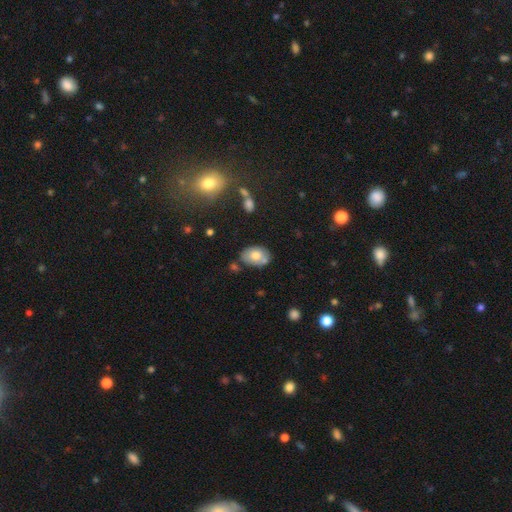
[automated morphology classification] Smooth or featured?
  - smooth: 72% *
  - featured or disk: 20%
  - star or artifact: 8%
How rounded?
  - in between: 81% *
  - round: 18%
  - cigar-shaped: 1%
Merging?
  - none: 65% *
  - minor disturbance: 18%
  - merger: 13%
  - major disturbance: 4%